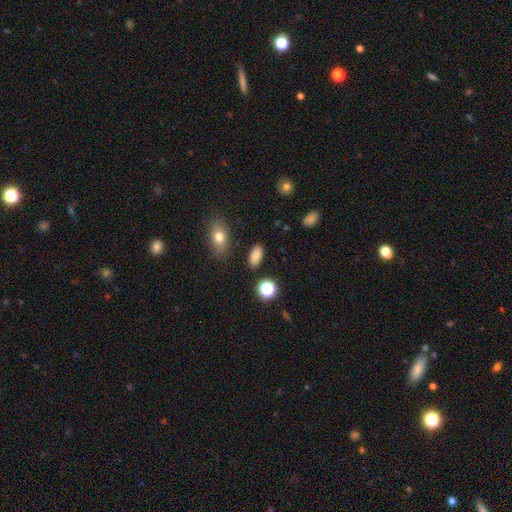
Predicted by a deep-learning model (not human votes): Overall: smooth (82%). How rounded: in between (90%). Merging: none (87%).